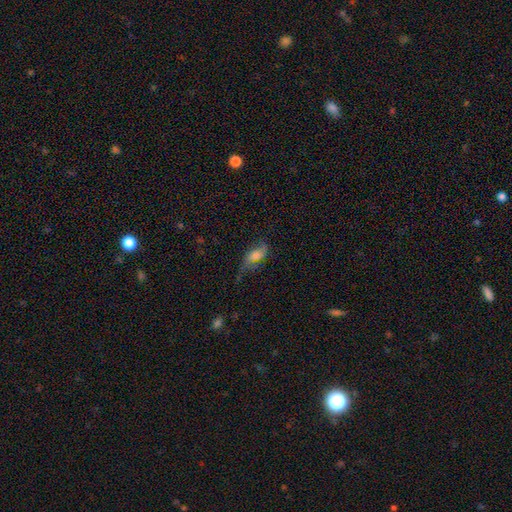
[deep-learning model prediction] Smooth or featured?
  - smooth: 45% *
  - featured or disk: 44%
  - star or artifact: 11%
Merging?
  - none: 43% *
  - minor disturbance: 29%
  - major disturbance: 25%
  - merger: 3%